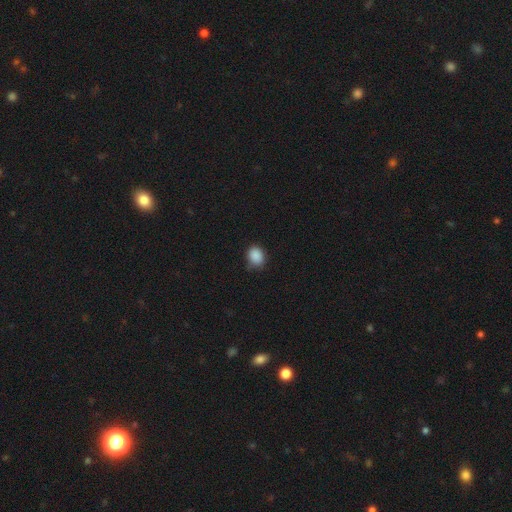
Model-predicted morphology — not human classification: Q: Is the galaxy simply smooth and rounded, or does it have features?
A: smooth — 88%.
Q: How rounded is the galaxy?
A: round — 51%.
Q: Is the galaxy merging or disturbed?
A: none — 78%.